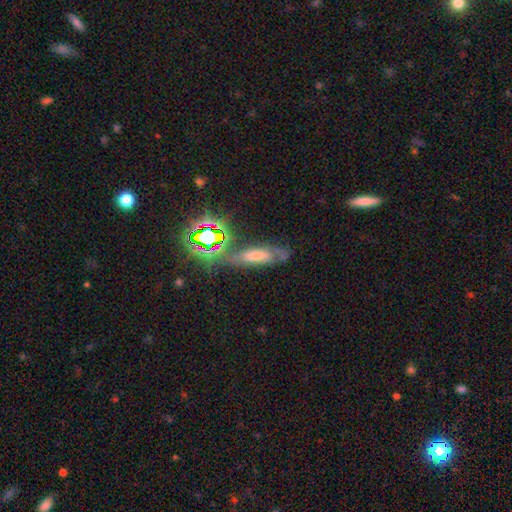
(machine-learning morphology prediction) A smooth galaxy with no disk features (38%). Merging: none (59%).